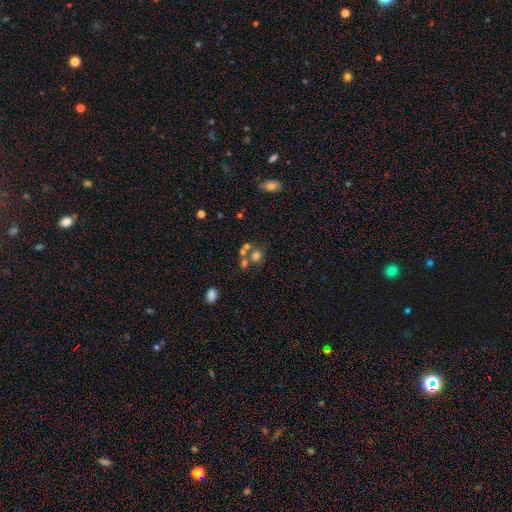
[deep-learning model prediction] Smooth or featured? Predicted: smooth (p=0.65). How rounded? Predicted: round (p=0.80). Merging? Predicted: none (p=0.46).